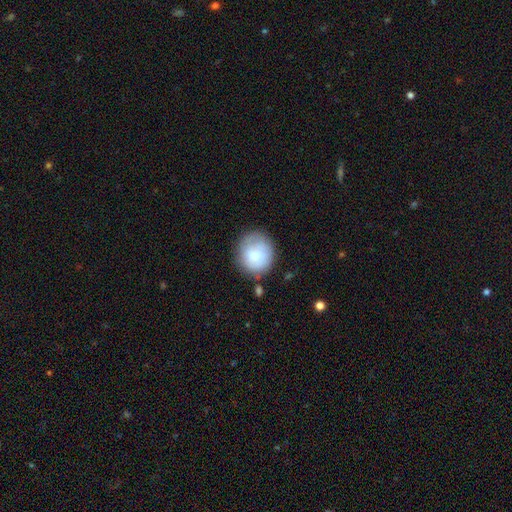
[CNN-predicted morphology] A smooth galaxy with no disk features (71%) that is round (84%). Merging: none (69%).